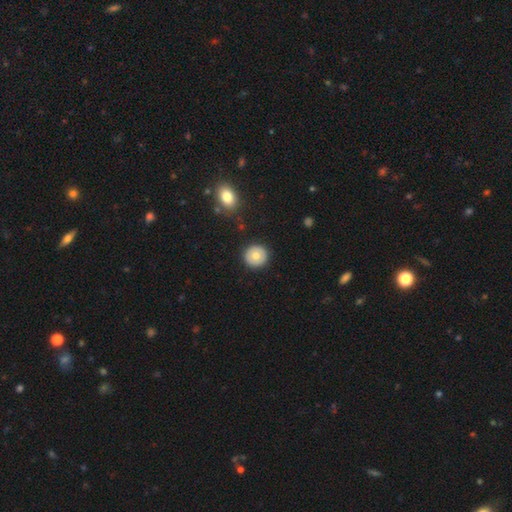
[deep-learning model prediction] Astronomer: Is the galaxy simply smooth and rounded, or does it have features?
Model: smooth — 71%.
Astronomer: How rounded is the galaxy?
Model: round — 94%.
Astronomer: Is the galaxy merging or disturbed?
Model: none — 92%.